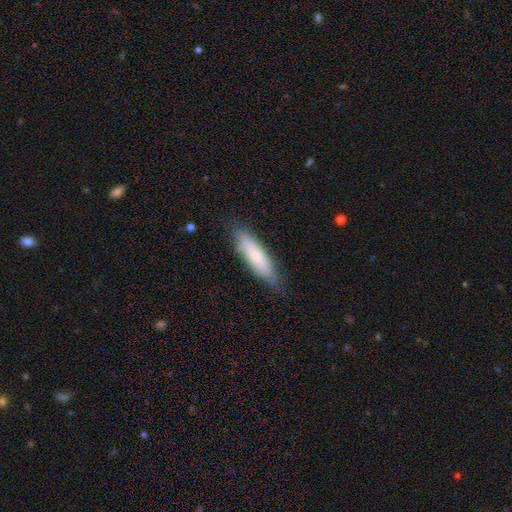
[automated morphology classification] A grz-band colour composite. It shows a smooth galaxy with no disk features (70%) that is cigar-shaped (63%). Merging: none (79%).